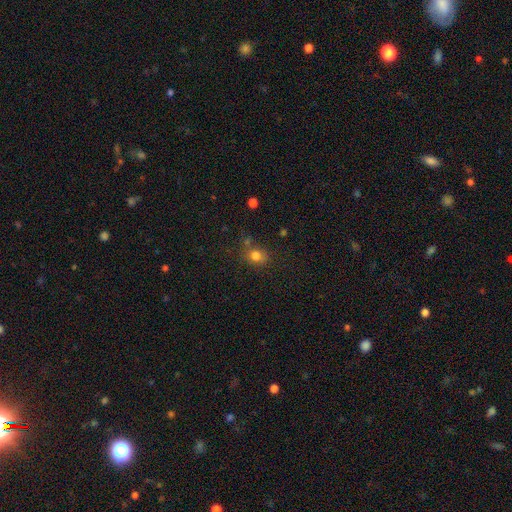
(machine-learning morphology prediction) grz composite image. It shows a smooth galaxy with no disk features (79%) that is round (65%). Merging: none (66%).